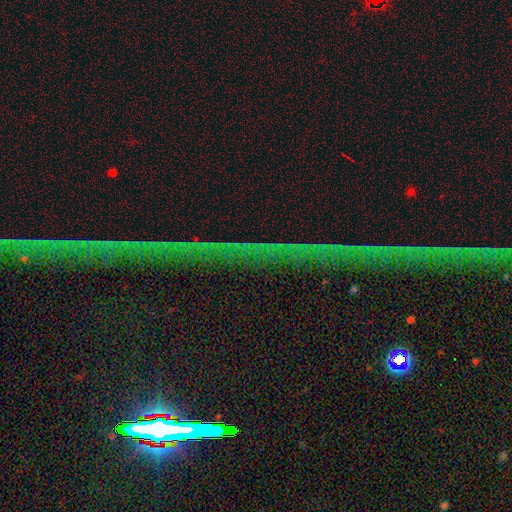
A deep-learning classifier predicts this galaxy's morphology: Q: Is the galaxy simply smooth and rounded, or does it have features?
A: star or artifact — 84%.